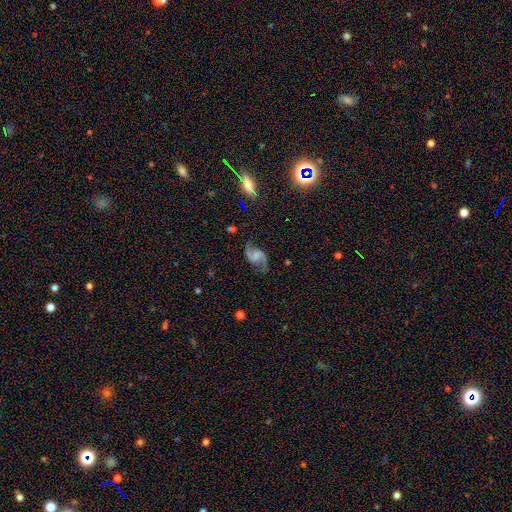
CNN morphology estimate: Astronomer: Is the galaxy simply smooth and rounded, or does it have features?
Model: featured or disk — 86%.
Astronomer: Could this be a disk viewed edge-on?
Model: no — 98%.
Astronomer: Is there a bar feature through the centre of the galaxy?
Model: weak — 44% (runner-up: no, 41%).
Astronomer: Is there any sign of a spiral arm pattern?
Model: yes — 97%.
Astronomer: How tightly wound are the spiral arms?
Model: loose — 61%.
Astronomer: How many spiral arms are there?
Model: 2 — 94%.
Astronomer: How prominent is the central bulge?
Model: none — 57%.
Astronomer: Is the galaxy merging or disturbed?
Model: none — 76%.